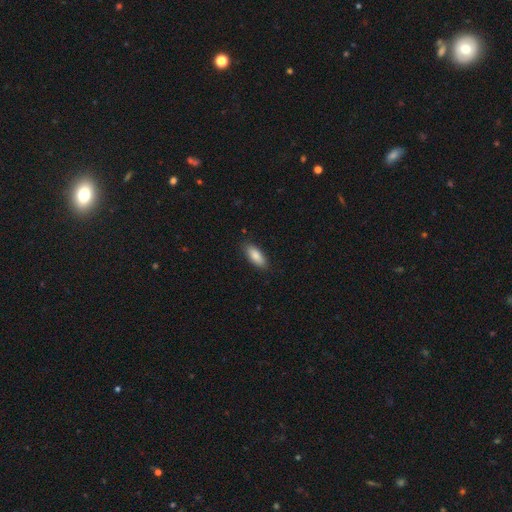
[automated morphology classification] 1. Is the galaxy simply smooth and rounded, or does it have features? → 86% smooth, 7% featured or disk, 6% star or artifact.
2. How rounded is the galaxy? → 79% in between, 19% cigar-shaped, 2% round.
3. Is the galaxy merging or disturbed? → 86% none, 11% minor disturbance, 2% major disturbance, 1% merger.